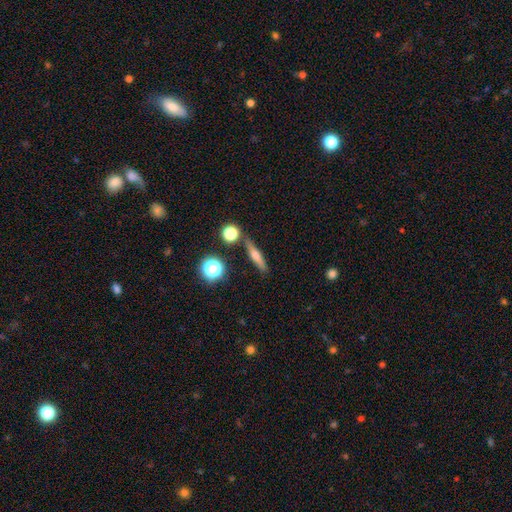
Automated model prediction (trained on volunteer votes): Q: Smooth or featured?
A: smooth (52%); runner-up: featured or disk (37%)
Q: How rounded?
A: cigar-shaped (75%); runner-up: in between (14%)
Q: Merging?
A: none (83%); runner-up: minor disturbance (9%)